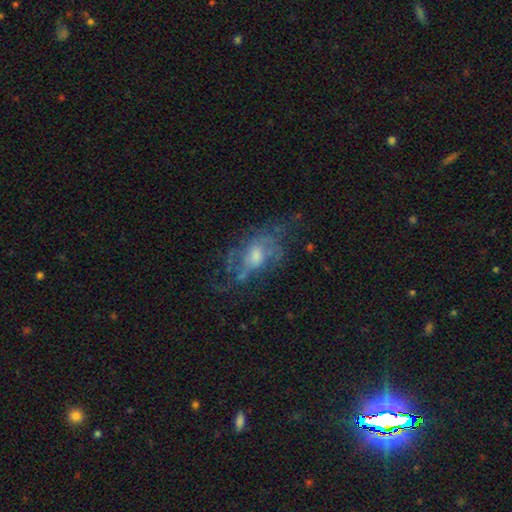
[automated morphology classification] type=featured or disk (69%); edge-on=no (94%); bar=no (64%); spiral arms=yes (64%); bulge=moderate (54%); merging=none (52%).